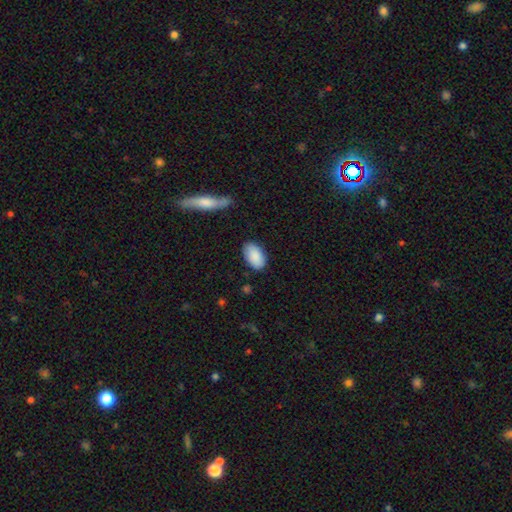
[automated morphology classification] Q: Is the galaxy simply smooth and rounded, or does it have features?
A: smooth — 89%.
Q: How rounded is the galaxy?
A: in between — 94%.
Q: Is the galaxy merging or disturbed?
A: none — 83%.